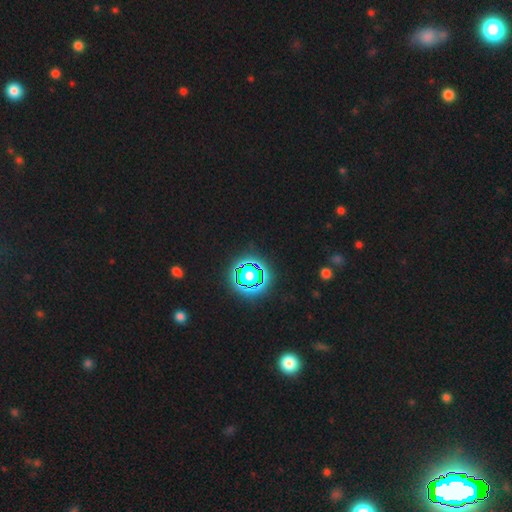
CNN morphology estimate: Smooth or featured? Predicted: star or artifact (p=0.77).